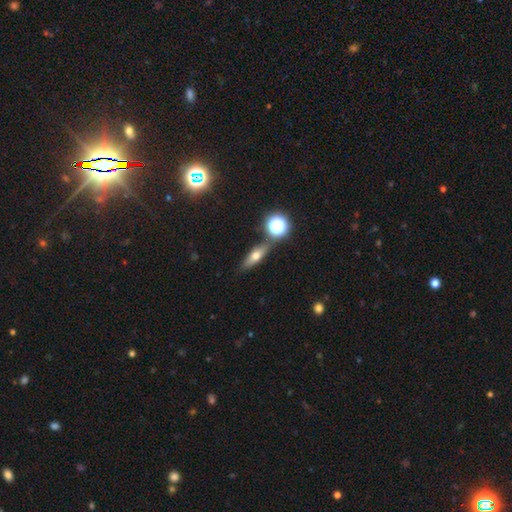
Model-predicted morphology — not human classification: Smooth or featured: smooth — 53% (featured or disk — 34%)
How rounded: cigar-shaped — 44% (tied with in between — 44%)
Merging: none — 77% (minor disturbance — 11%)